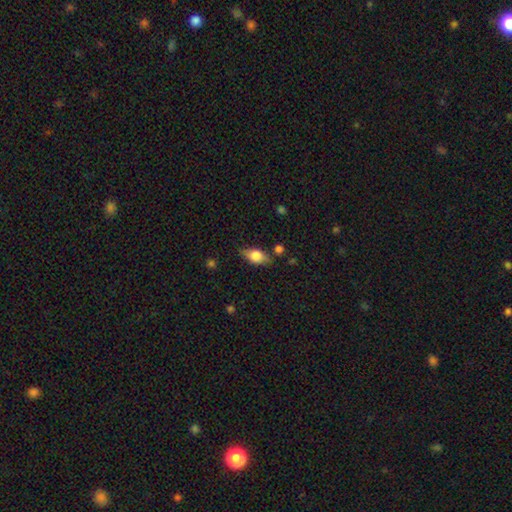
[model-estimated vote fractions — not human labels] A smooth galaxy with no disk features (68%) that is in between round and cigar-shaped (83%). Merging: none (77%).